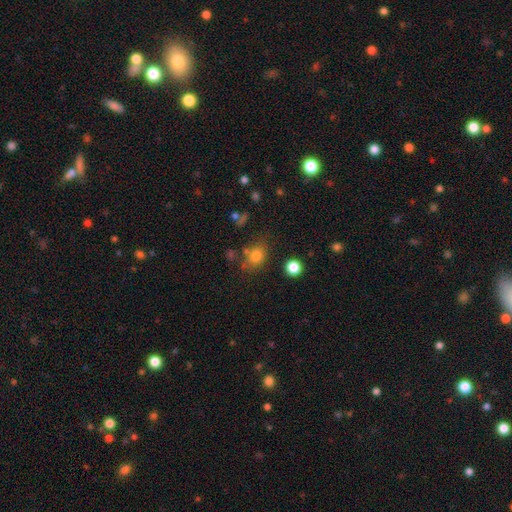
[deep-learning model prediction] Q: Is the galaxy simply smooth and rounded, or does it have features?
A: smooth — 78%.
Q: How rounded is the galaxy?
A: round — 51%.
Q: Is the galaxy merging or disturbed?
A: none — 65%.